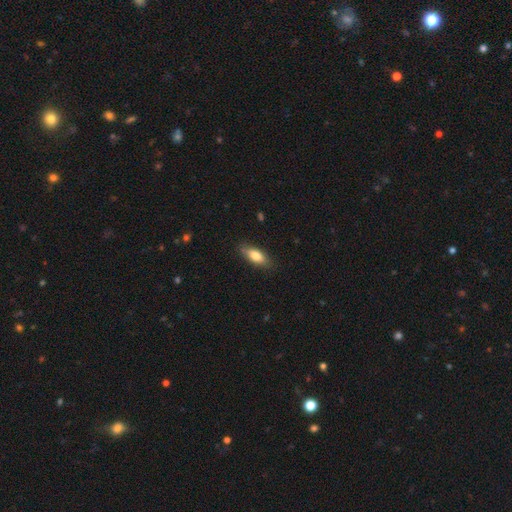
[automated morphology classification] This is likely a smooth galaxy (77%). How rounded: likely in between (75%). Merging: clearly none (82%).